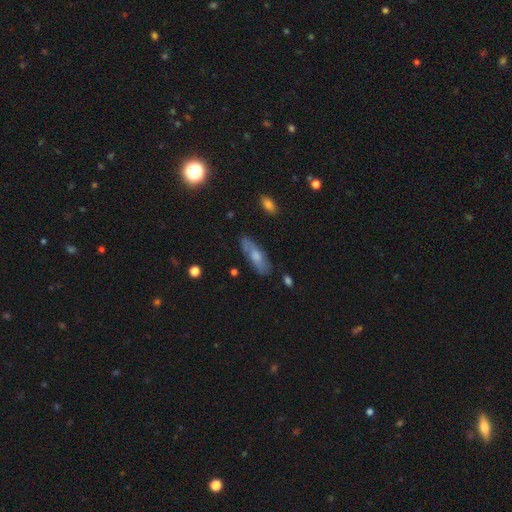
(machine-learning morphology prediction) smooth-or-featured: smooth: 53% | featured or disk: 40% | star or artifact: 7%
  how-rounded: in between: 58% | cigar-shaped: 39% | round: 3%
  merging: none: 73% | minor disturbance: 19% | major disturbance: 5% | merger: 3%